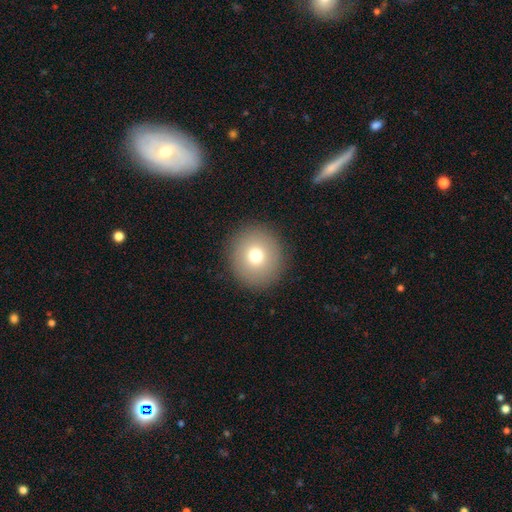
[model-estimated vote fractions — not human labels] A smooth galaxy with no disk features (73%) that is round (91%).

Vote fractions:
- Smooth or featured? smooth: 73% / featured or disk: 14% / star or artifact: 12%
- How rounded? round: 91% / in between: 8% / cigar-shaped: 1%
- Merging? none: 91% / minor disturbance: 6% / major disturbance: 3% / merger: 1%